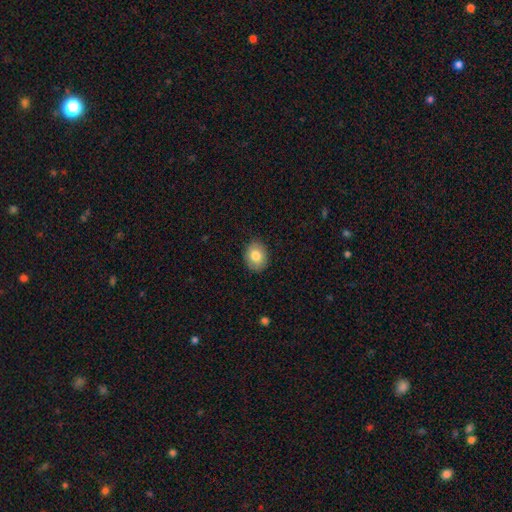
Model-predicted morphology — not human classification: This is clearly a smooth galaxy (81%). How rounded: possibly in between (52%). Merging: clearly none (87%).